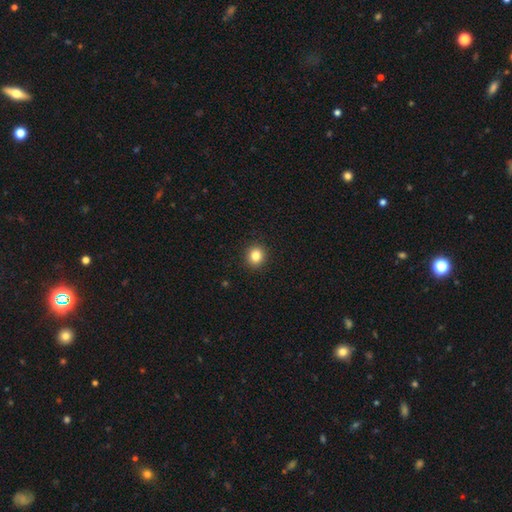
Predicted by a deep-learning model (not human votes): The model was most divided on "smooth or featured": smooth: 83%, star or artifact: 11%, featured or disk: 5%. More confident: merging — none (92%); how rounded — round (86%).